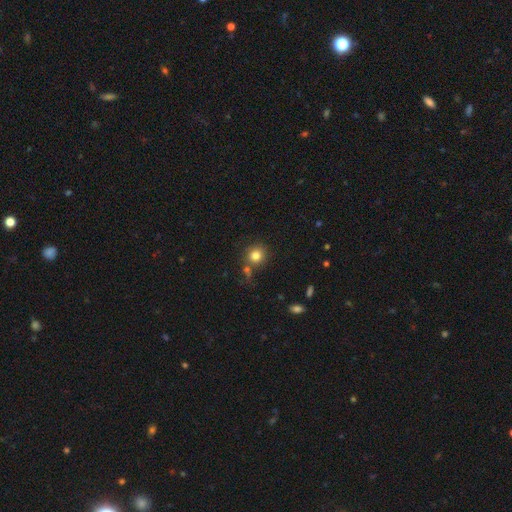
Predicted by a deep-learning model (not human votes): smooth 81%, star or artifact 12%, featured or disk 7%. Down the decision tree: how rounded — round (90%); merging — none (73%).